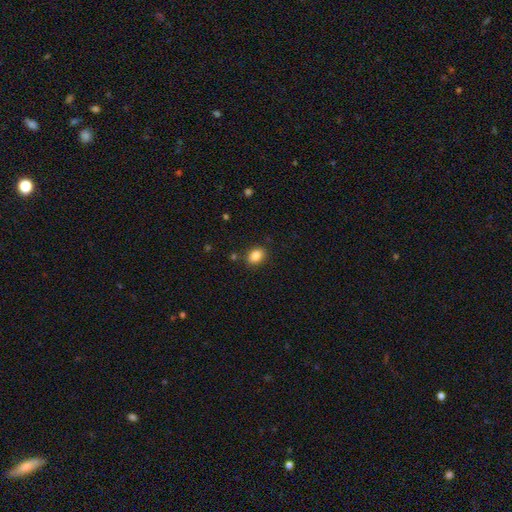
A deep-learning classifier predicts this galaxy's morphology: smooth 85%, star or artifact 9%, featured or disk 6%. Down the decision tree: how rounded — in between (69%); merging — none (85%).